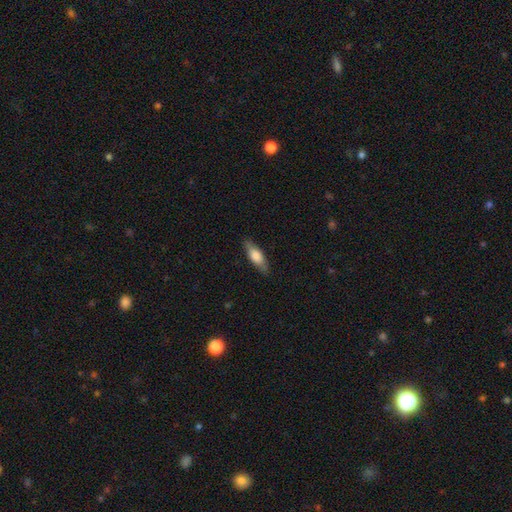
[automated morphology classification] Smooth or featured? smooth (68%)
How rounded? in between (58%)
Merging? none (84%)